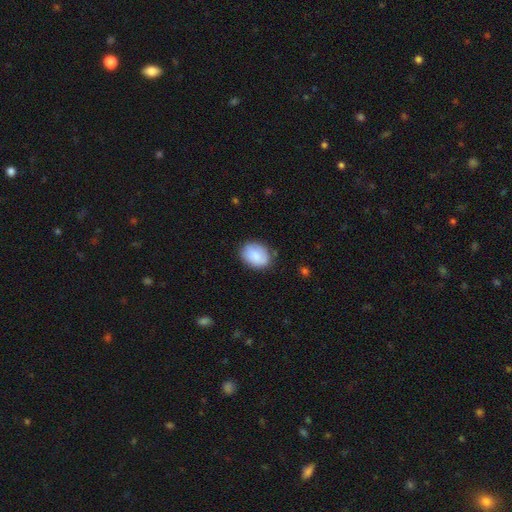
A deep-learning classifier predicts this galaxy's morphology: Smooth or featured?
  - smooth: 84% *
  - featured or disk: 9%
  - star or artifact: 7%
How rounded?
  - in between: 69% *
  - round: 30%
  - cigar-shaped: 1%
Merging?
  - none: 77% *
  - minor disturbance: 18%
  - major disturbance: 4%
  - merger: 2%